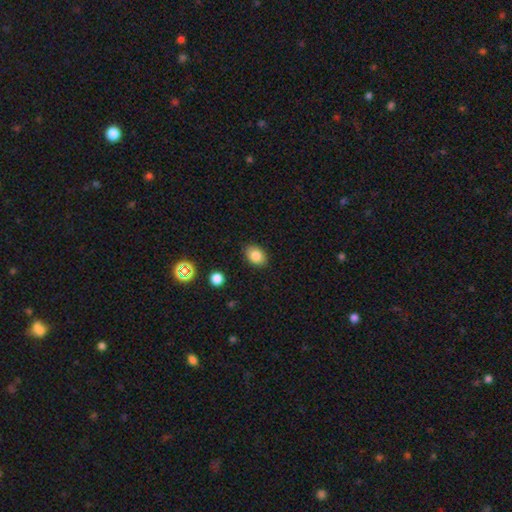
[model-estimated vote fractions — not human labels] smooth_or_featured: smooth (p=0.83) [alt: star or artifact p=0.09]
how_rounded: in between (p=0.76) [alt: round p=0.23]
merging: none (p=0.87) [alt: minor disturbance p=0.09]